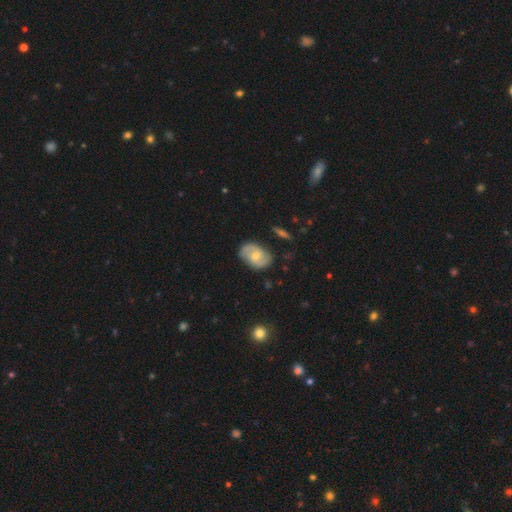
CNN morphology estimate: Overall: featured or disk (61%; smooth 33%). Edge-on disk: no (95%). Bar: no (60%; weak 33%). Spiral arms: yes (83%). Bulge size: moderate (52%; small 44%). Merging: none (79%).